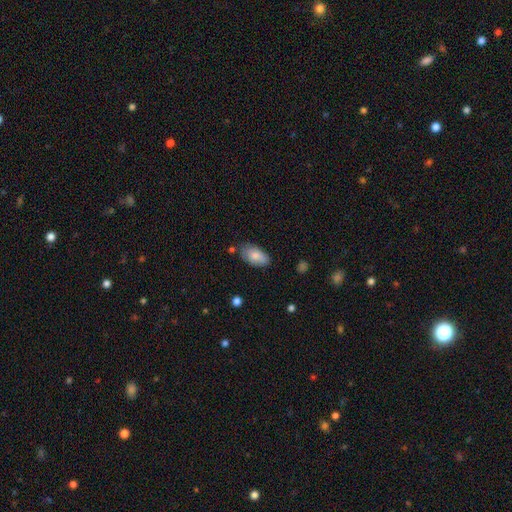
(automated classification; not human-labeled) A smooth galaxy with no disk features (83%) that is in between round and cigar-shaped (94%).

Vote fractions:
- Smooth or featured? smooth: 83% / featured or disk: 11% / star or artifact: 6%
- How rounded? in between: 94% / cigar-shaped: 3% / round: 3%
- Merging? none: 73% / minor disturbance: 20% / major disturbance: 4% / merger: 4%